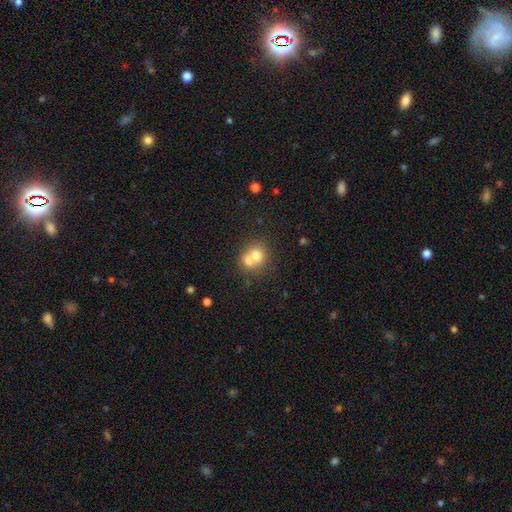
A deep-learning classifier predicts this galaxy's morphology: A smooth galaxy with no disk features (69%) that is round (73%).

Vote fractions:
- Smooth or featured? smooth: 69% / featured or disk: 20% / star or artifact: 11%
- How rounded? round: 73% / in between: 26% / cigar-shaped: 1%
- Merging? merger: 61% / none: 29% / minor disturbance: 7% / major disturbance: 3%